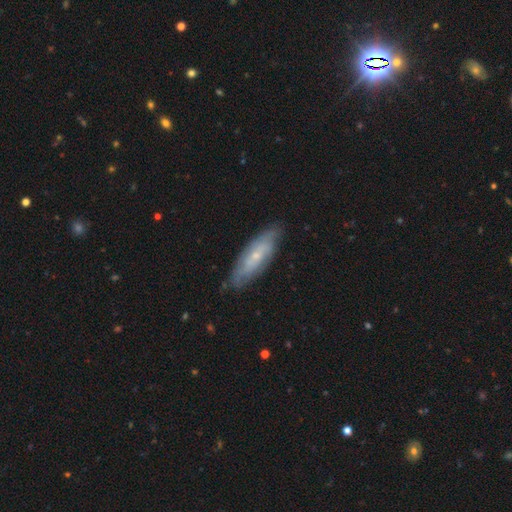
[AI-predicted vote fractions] A featured or disk galaxy (59%). Merging: none (80%).